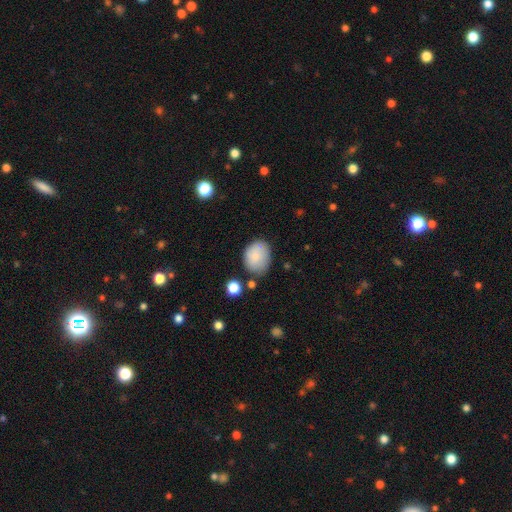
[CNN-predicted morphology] Q: Smooth or featured?
A: smooth (83%); runner-up: featured or disk (9%)
Q: How rounded?
A: in between (59%); runner-up: round (40%)
Q: Merging?
A: none (63%); runner-up: minor disturbance (25%)